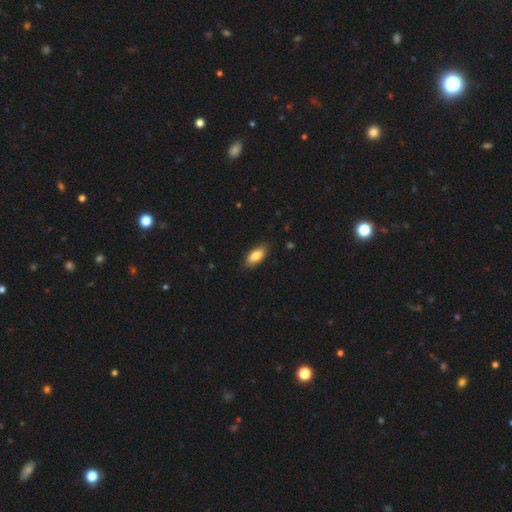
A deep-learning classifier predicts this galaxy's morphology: smooth-or-featured: smooth: 82% | featured or disk: 12% | star or artifact: 6%
  how-rounded: in between: 87% | cigar-shaped: 11% | round: 2%
  merging: none: 85% | minor disturbance: 12% | major disturbance: 2% | merger: 1%